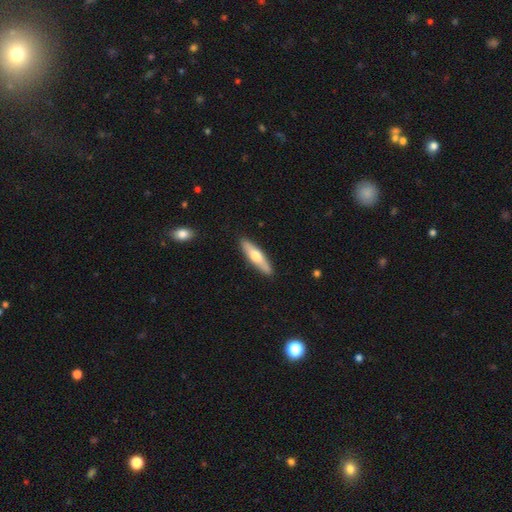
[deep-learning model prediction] Smooth or featured? Predicted: smooth (p=0.54). How rounded? Predicted: cigar-shaped (p=0.78). Merging? Predicted: none (p=0.90).